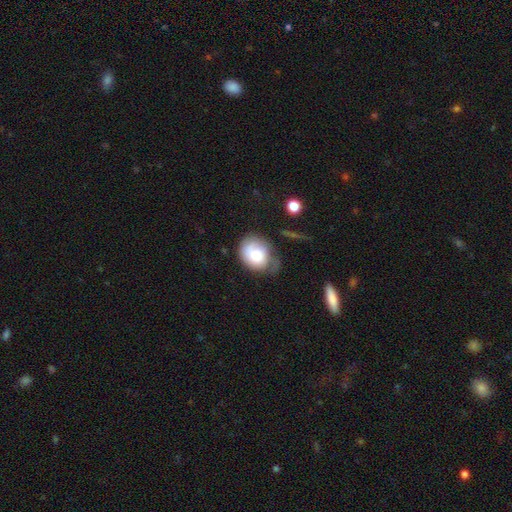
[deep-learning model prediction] Smooth or featured: smooth — 67% (featured or disk — 26%)
How rounded: round — 53% (in between — 46%)
Merging: none — 40% (minor disturbance — 35%)